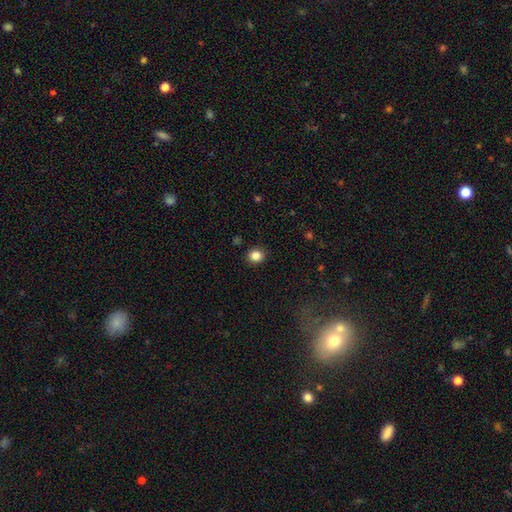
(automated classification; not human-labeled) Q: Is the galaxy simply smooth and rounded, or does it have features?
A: smooth — 85%.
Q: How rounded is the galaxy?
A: round — 76%.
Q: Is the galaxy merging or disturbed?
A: none — 90%.